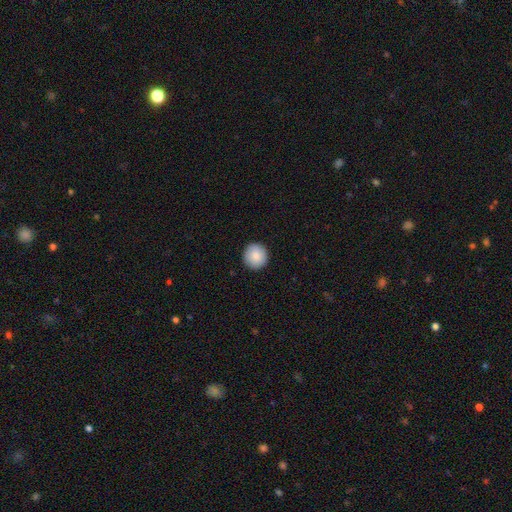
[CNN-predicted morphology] Smooth or featured? Predicted: smooth (p=0.88). How rounded? Predicted: round (p=0.95). Merging? Predicted: none (p=0.92).